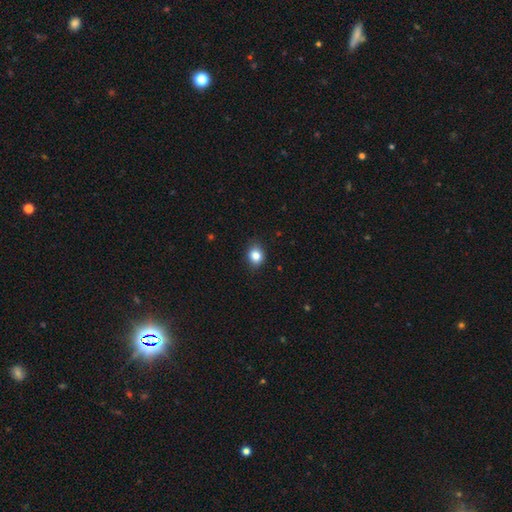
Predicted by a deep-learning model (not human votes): Morphology: type=smooth (84%); roundness=round (60%); merging=none (86%).